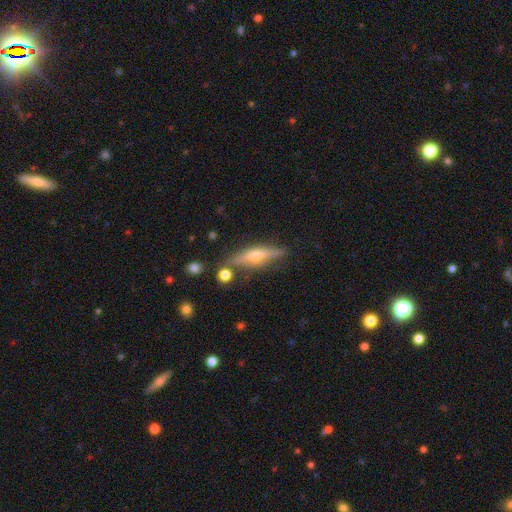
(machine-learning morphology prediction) Smooth or featured? Predicted: featured or disk (p=0.66). Edge-on disk? Predicted: yes (p=0.94). Edge-on bulge? Predicted: rounded (p=0.88). Merging? Predicted: none (p=0.78).